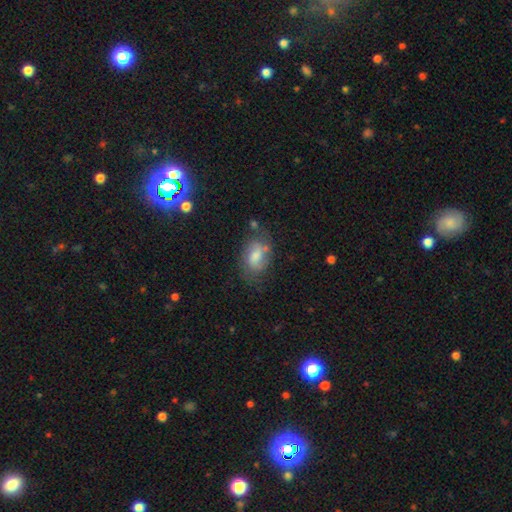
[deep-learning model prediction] Q: Smooth or featured?
A: smooth (52%); runner-up: featured or disk (36%)
Q: How rounded?
A: in between (85%); runner-up: round (13%)
Q: Merging?
A: none (61%); runner-up: minor disturbance (24%)